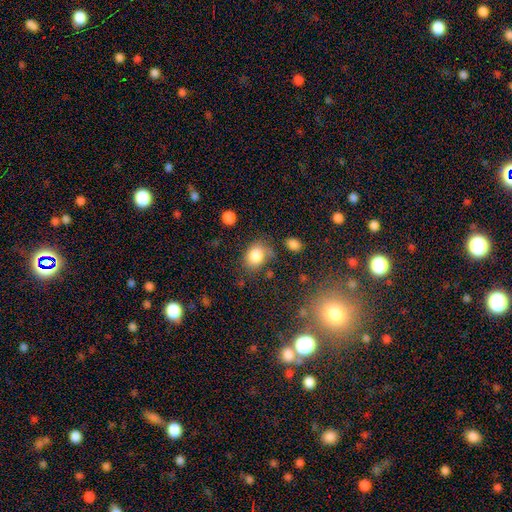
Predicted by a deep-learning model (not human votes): Overall: smooth (83%). How rounded: in between (52%; round 47%). Merging: none (65%).